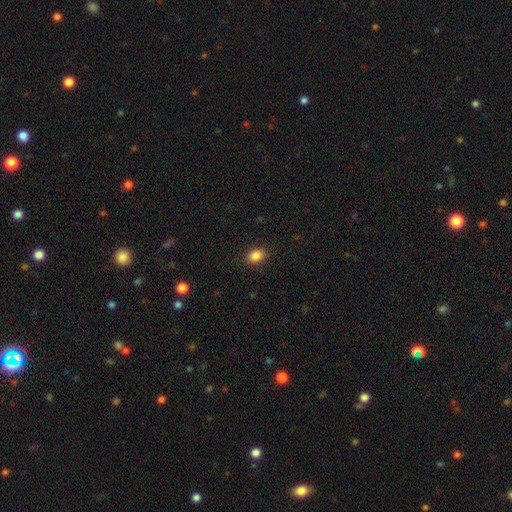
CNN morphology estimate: Q: Smooth or featured?
A: smooth (86%); runner-up: star or artifact (10%)
Q: How rounded?
A: in between (70%); runner-up: round (29%)
Q: Merging?
A: none (87%); runner-up: minor disturbance (9%)